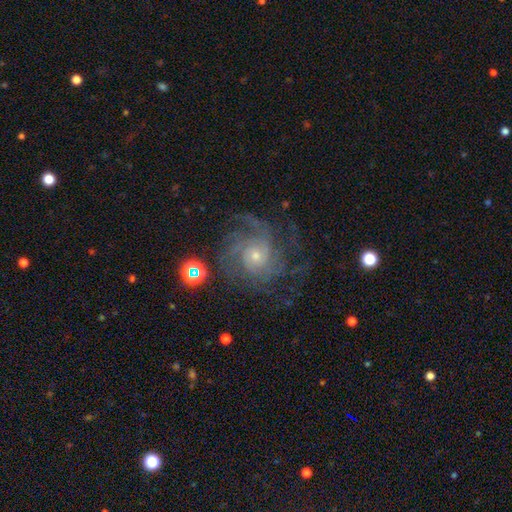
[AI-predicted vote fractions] Smooth or featured? featured or disk (81%)
Edge-on disk? no (97%)
Bar? no (78%)
Spiral arms? yes (95%)
Spiral winding? tight (53%)
Spiral arm count? can't tell (31%)
Bulge size? small (67%)
Merging? none (66%)